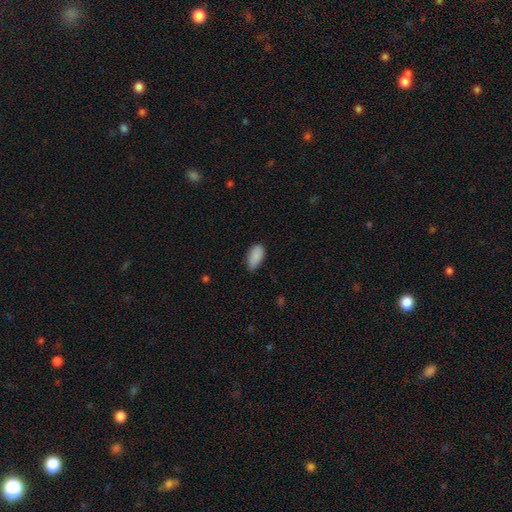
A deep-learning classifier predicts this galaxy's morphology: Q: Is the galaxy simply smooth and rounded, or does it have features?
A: smooth — 88%.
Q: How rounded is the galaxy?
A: in between — 92%.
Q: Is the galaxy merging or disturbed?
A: none — 61%.